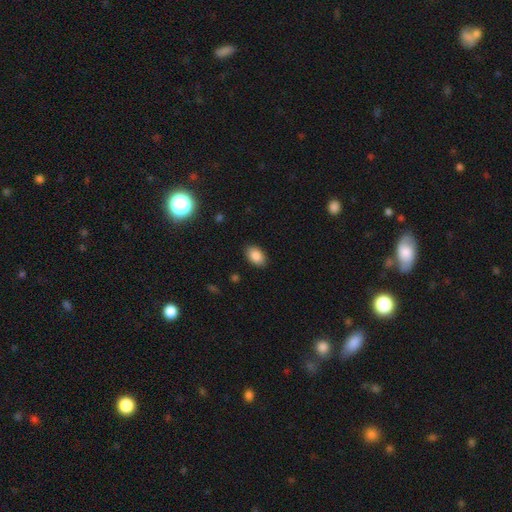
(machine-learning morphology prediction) Smooth or featured?
  - smooth: 87% *
  - star or artifact: 8%
  - featured or disk: 5%
How rounded?
  - in between: 88% *
  - round: 11%
  - cigar-shaped: 1%
Merging?
  - none: 88% *
  - minor disturbance: 9%
  - major disturbance: 2%
  - merger: 1%